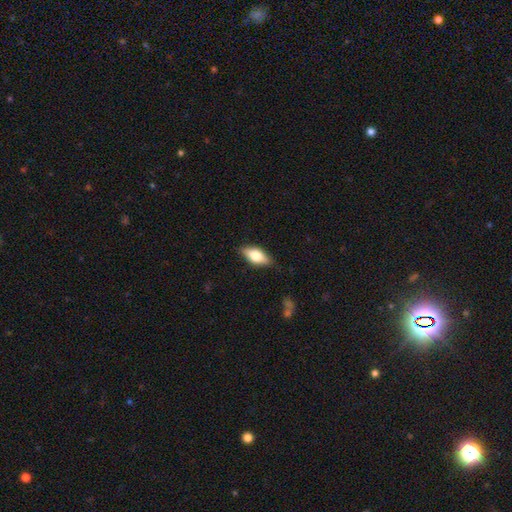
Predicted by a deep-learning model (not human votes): Overall: smooth (59%; featured or disk 34%). How rounded: in between (81%). Merging: none (84%).